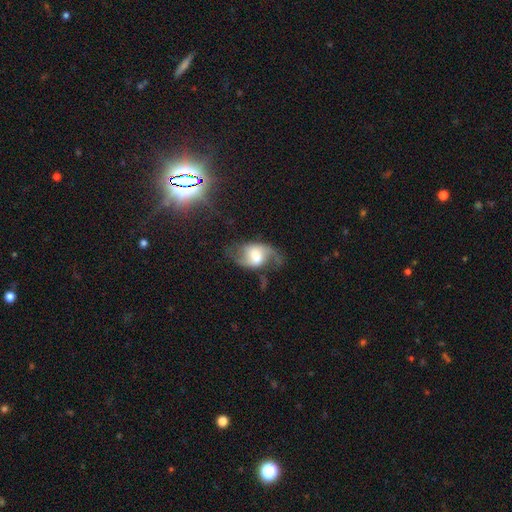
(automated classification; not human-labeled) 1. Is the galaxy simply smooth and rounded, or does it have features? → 71% featured or disk, 21% smooth, 8% star or artifact.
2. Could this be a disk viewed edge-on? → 96% no, 4% yes.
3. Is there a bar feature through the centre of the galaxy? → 49% weak, 29% no, 23% strong.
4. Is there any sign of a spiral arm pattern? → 89% yes, 11% no.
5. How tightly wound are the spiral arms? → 57% loose, 34% medium, 9% tight.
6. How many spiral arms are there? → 83% 2, 6% 1, 6% can't tell, 2% 3, 1% 4, 1% more than 4.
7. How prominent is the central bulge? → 37% moderate, 35% large, 14% small, 8% none, 6% dominant.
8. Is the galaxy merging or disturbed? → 51% none, 23% major disturbance, 23% minor disturbance, 3% merger.